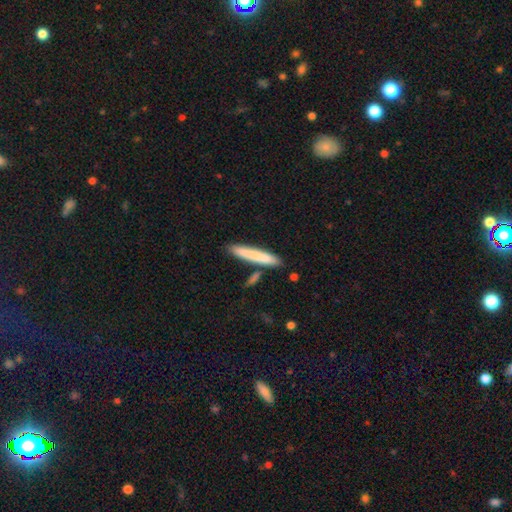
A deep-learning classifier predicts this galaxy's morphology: smooth_or_featured: smooth (p=0.78) [alt: featured or disk p=0.16]
how_rounded: cigar-shaped (p=0.94) [alt: in between p=0.05]
merging: none (p=0.83) [alt: minor disturbance p=0.09]